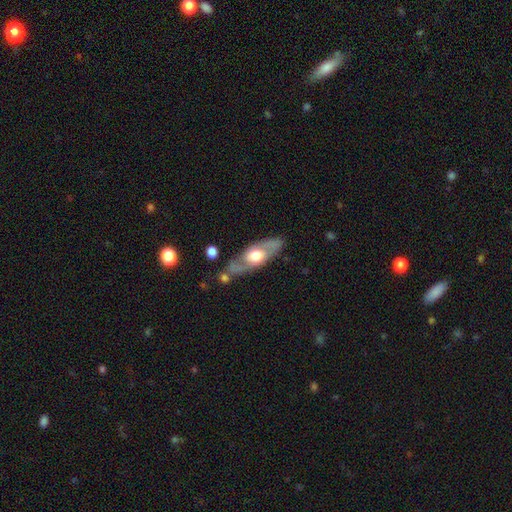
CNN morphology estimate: A featured or disk galaxy (59%).

Vote fractions:
- Smooth or featured? featured or disk: 59% / smooth: 35% / star or artifact: 5%
- Edge-on disk? no: 65% / yes: 35%
- Merging? none: 71% / minor disturbance: 18% / major disturbance: 5% / merger: 5%